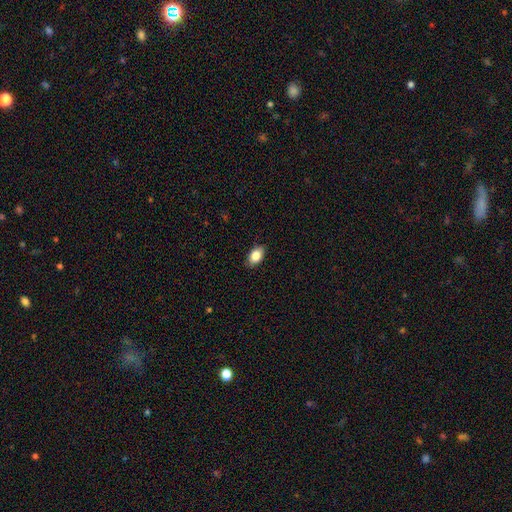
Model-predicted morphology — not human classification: This appears to be a smooth galaxy with no disk features (83%) that is in between round and cigar-shaped (90%). Merging: none (87%).